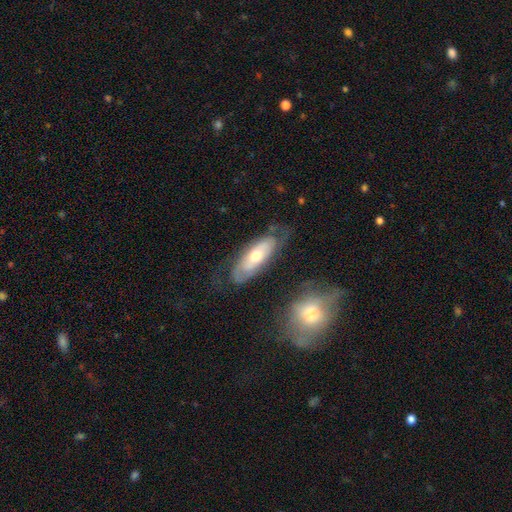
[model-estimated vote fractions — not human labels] Smooth or featured? featured or disk (60%)
Edge-on disk? no (80%)
Merging? none (67%)